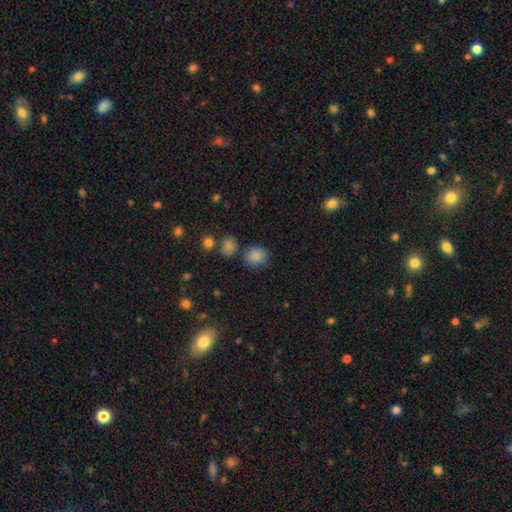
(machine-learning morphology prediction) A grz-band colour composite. It shows a smooth galaxy with no disk features (83%) that is round (62%). Merging: none (75%).